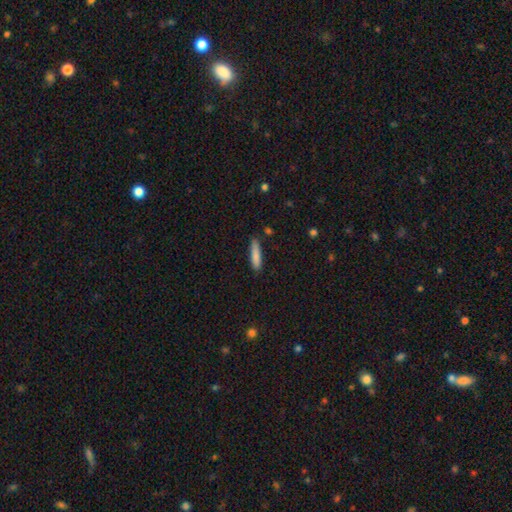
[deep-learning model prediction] smooth_or_featured: smooth (p=0.83) [alt: featured or disk p=0.10]
how_rounded: cigar-shaped (p=0.81) [alt: in between p=0.17]
merging: none (p=0.81) [alt: minor disturbance p=0.14]